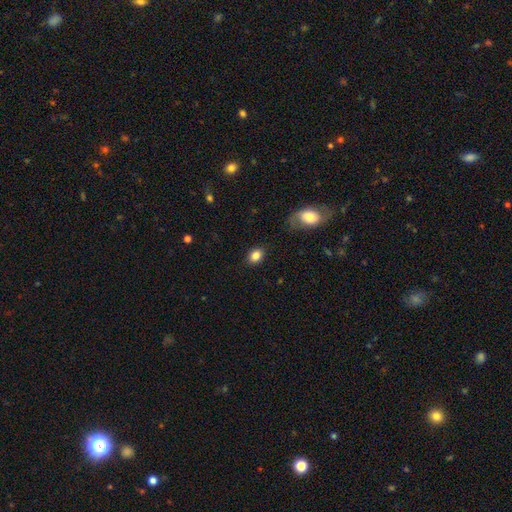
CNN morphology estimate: Smooth or featured: smooth — 84% (star or artifact — 9%)
How rounded: in between — 67% (round — 31%)
Merging: none — 85% (minor disturbance — 10%)